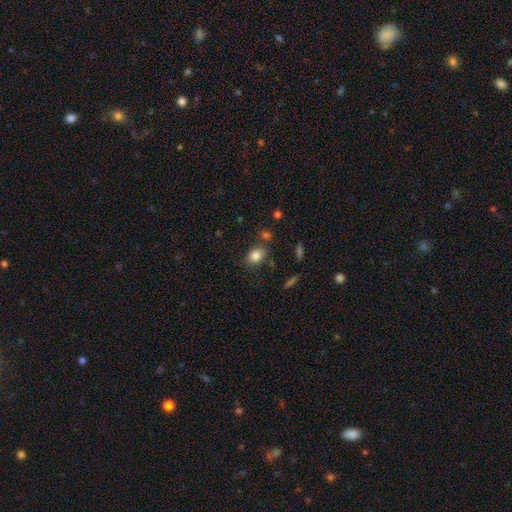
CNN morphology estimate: Overall: smooth (83%). How rounded: in between (73%). Merging: none (71%).